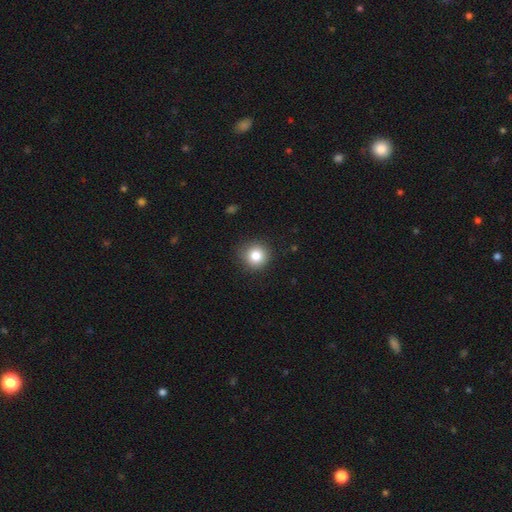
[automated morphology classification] smooth_or_featured: smooth (p=0.83) [alt: star or artifact p=0.11]
how_rounded: round (p=0.93) [alt: in between p=0.06]
merging: none (p=0.89) [alt: minor disturbance p=0.08]